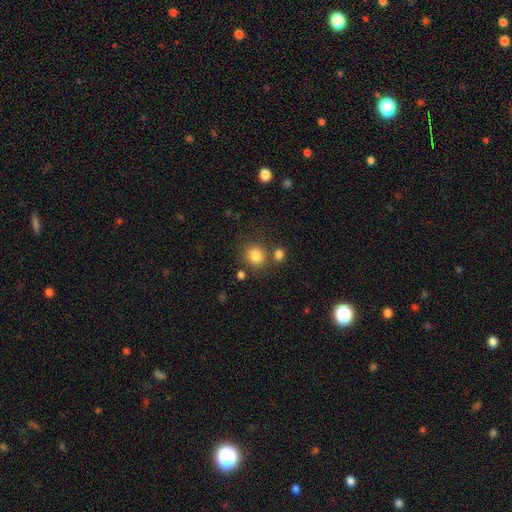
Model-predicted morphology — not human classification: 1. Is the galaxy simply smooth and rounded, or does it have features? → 82% smooth, 12% star or artifact, 6% featured or disk.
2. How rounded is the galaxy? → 85% round, 15% in between, 1% cigar-shaped.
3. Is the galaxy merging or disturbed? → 75% none, 12% merger, 9% minor disturbance, 4% major disturbance.